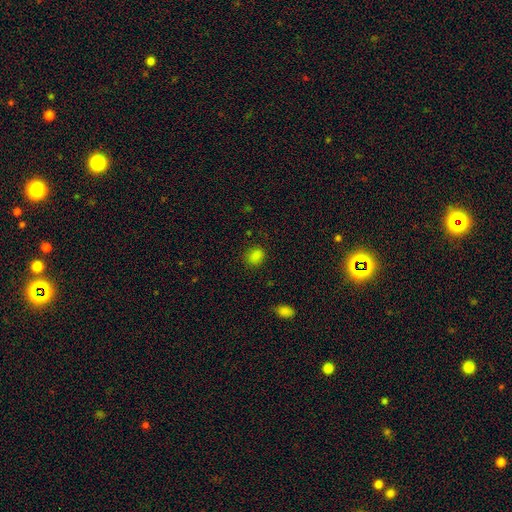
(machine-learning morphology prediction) Smooth or featured? smooth (82%)
How rounded? round (54%)
Merging? none (83%)